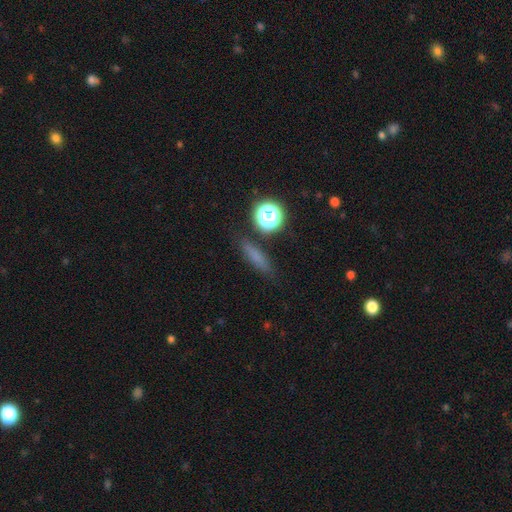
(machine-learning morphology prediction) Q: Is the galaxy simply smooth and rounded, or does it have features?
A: smooth — 68%.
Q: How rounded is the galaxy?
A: cigar-shaped — 66%.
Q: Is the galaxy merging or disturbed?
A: none — 81%.